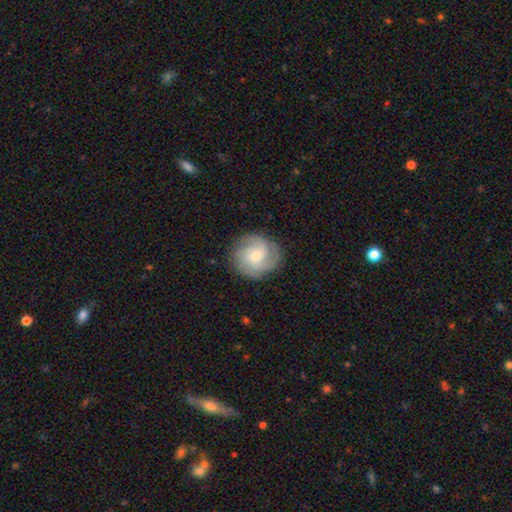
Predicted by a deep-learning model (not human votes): Morphology: type=featured or disk (72%); edge-on=no (98%); bar=no (65%); spiral arms=yes (95%); winding=tight (49%); arm count=3 (44%); bulge=small (55%); merging=none (83%).